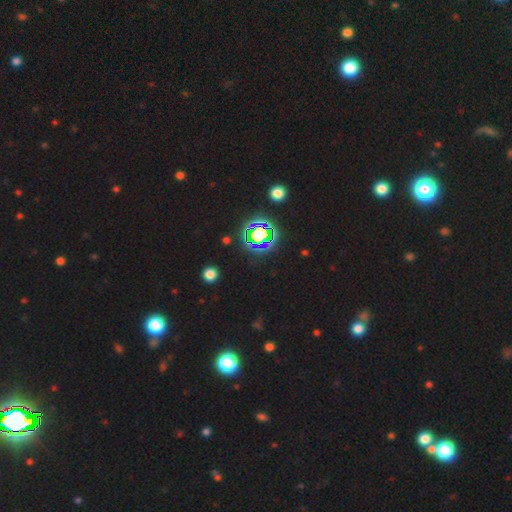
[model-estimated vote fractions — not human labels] A star or artifact, not a galaxy (80%).